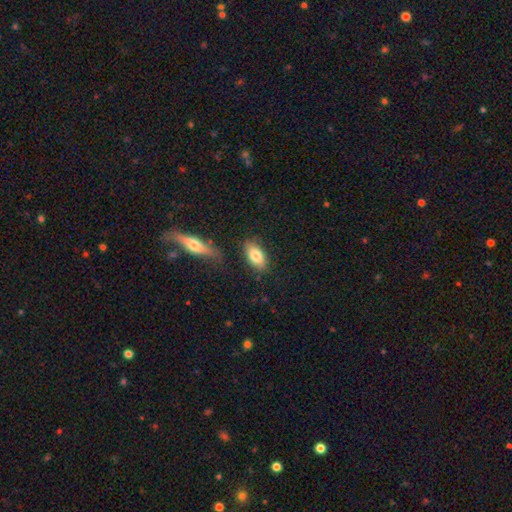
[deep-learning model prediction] Smooth or featured? smooth (81%)
How rounded? in between (91%)
Merging? none (80%)